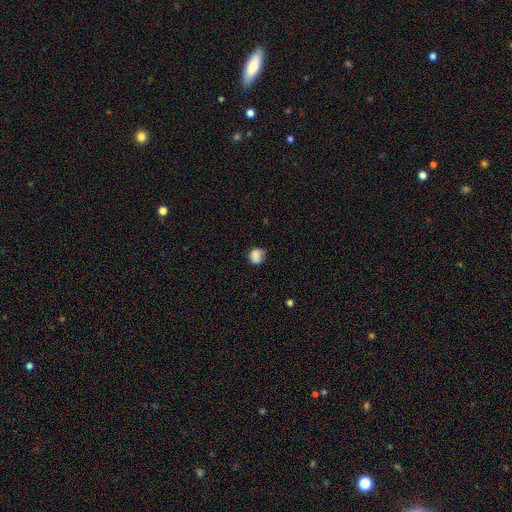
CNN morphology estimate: Smooth or featured: smooth — 84% (star or artifact — 9%)
How rounded: round — 73% (in between — 26%)
Merging: none — 61% (minor disturbance — 29%)